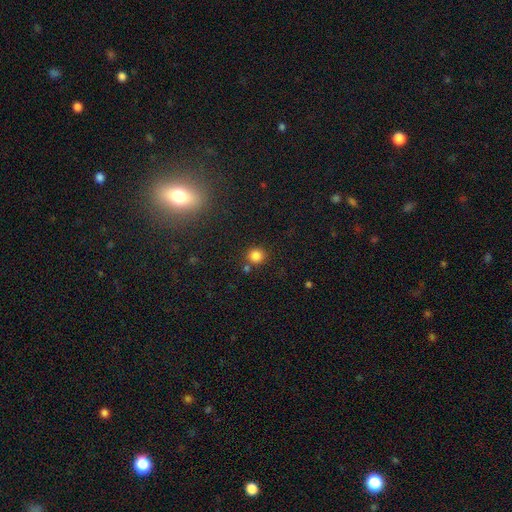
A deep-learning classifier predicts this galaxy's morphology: smooth_or_featured: smooth (p=0.83) [alt: star or artifact p=0.12]
how_rounded: round (p=0.91) [alt: in between p=0.08]
merging: none (p=0.79) [alt: merger p=0.10]